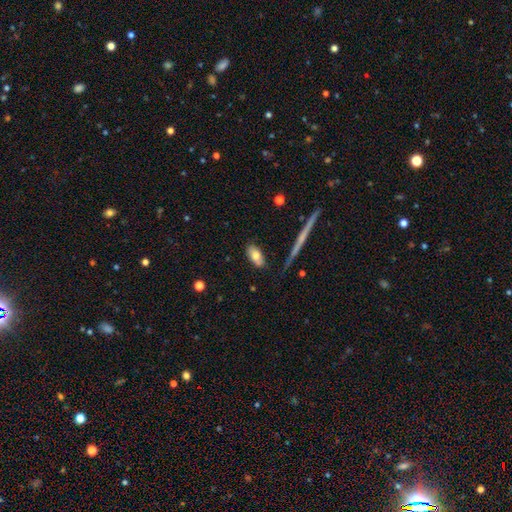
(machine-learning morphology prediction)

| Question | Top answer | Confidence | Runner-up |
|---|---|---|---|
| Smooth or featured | smooth | 75% | featured or disk (17%) |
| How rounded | in between | 89% | cigar-shaped (7%) |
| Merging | none | 80% | minor disturbance (14%) |